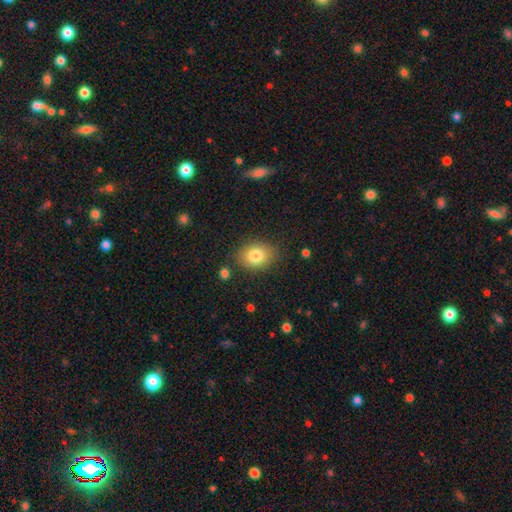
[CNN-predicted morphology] A smooth galaxy with no disk features (81%) that is in between round and cigar-shaped (62%).

Vote fractions:
- Smooth or featured? smooth: 81% / featured or disk: 10% / star or artifact: 9%
- How rounded? in between: 62% / round: 37% / cigar-shaped: 1%
- Merging? none: 82% / minor disturbance: 13% / major disturbance: 3% / merger: 3%